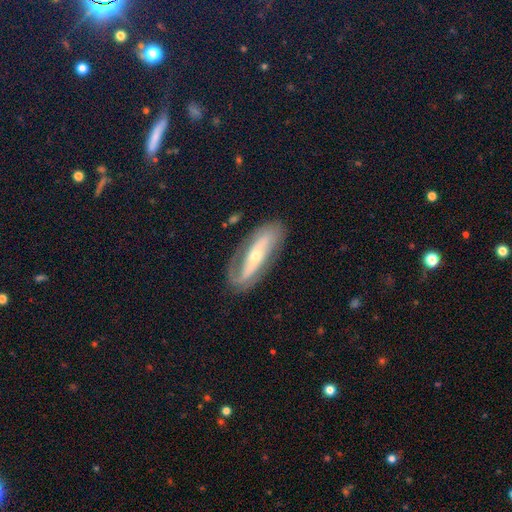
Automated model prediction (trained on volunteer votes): The model was most divided on "spiral winding" (2-way tie): medium: 37%, tight: 37%, loose: 26%. Remaining: edge-on disk — no (85%); spiral arms — yes (83%); smooth or featured — featured or disk (80%); merging — none (73%); spiral arm count — 2 (69%); bulge size — small (58%); bar — no (43%).